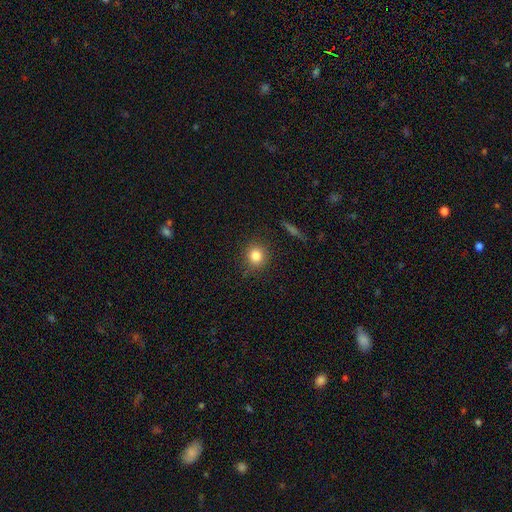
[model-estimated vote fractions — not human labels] Q: Smooth or featured?
A: smooth (83%); runner-up: star or artifact (11%)
Q: How rounded?
A: round (89%); runner-up: in between (10%)
Q: Merging?
A: none (88%); runner-up: minor disturbance (8%)